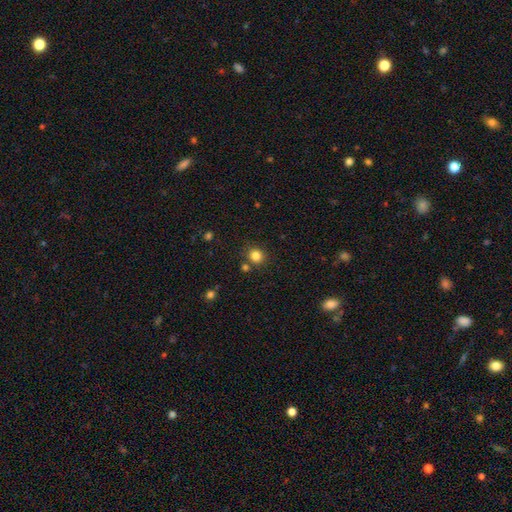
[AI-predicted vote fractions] Overall: smooth (83%). How rounded: round (87%). Merging: none (82%).